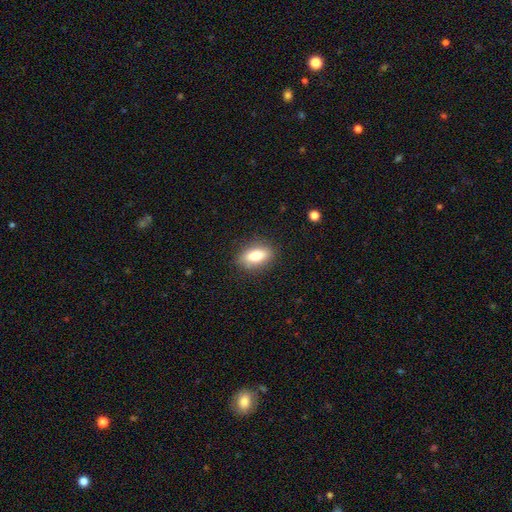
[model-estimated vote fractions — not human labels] Smooth or featured: smooth — 74% (featured or disk — 17%)
How rounded: in between — 81% (cigar-shaped — 10%)
Merging: none — 86% (minor disturbance — 10%)